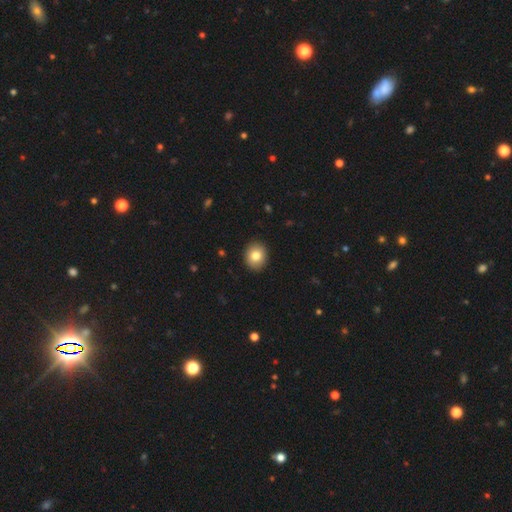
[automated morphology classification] Smooth or featured: smooth — 81% (featured or disk — 10%)
How rounded: round — 71% (in between — 28%)
Merging: none — 92% (minor disturbance — 6%)